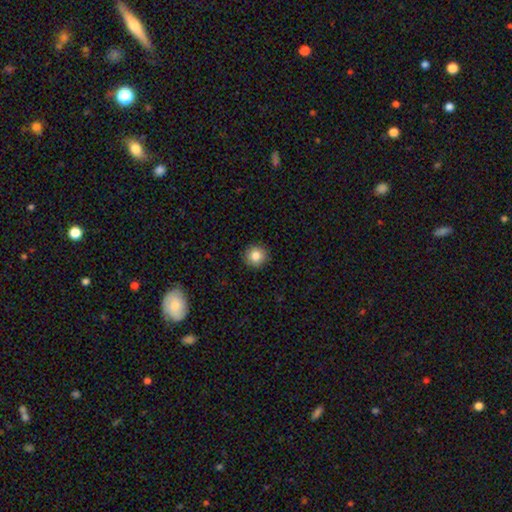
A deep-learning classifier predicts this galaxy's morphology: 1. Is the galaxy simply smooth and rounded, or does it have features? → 84% smooth, 9% star or artifact, 6% featured or disk.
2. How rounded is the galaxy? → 93% round, 6% in between, 1% cigar-shaped.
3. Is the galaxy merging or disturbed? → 92% none, 5% minor disturbance, 2% major disturbance, 1% merger.